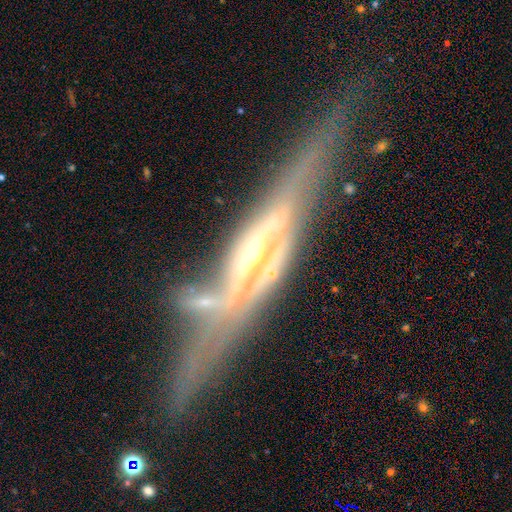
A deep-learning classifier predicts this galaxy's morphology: This appears to be a featured or disk galaxy (80%) viewed edge-on (75%) with a rounded central bulge (60%). Merging: none (39%).